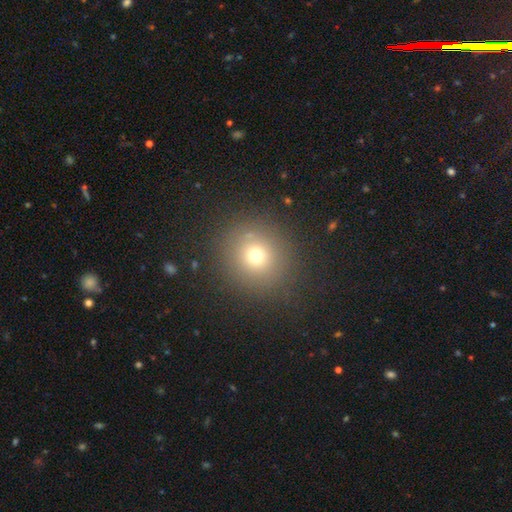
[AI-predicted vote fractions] Morphology: type=smooth (70%); roundness=round (90%); merging=none (86%).